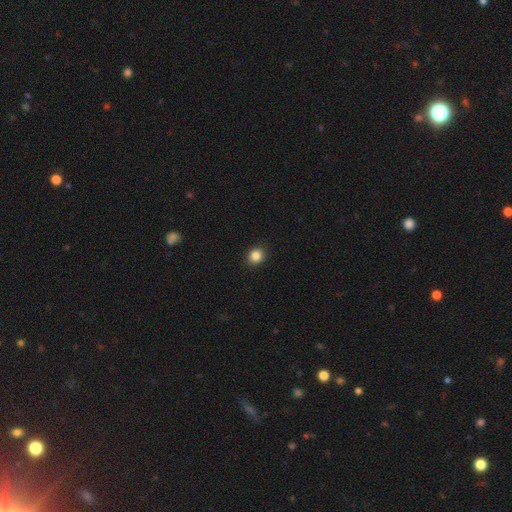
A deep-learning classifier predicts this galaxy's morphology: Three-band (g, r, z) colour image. It shows a smooth galaxy with no disk features (86%) that is round (76%). Merging: none (90%).